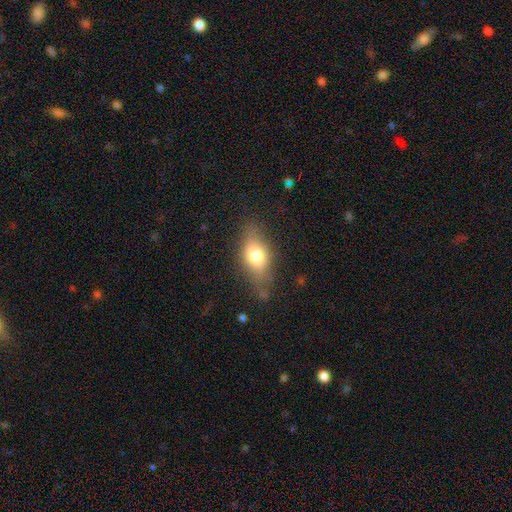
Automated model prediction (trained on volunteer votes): Smooth or featured? Predicted: smooth (p=0.69). How rounded? Predicted: in between (p=0.78). Merging? Predicted: none (p=0.67).